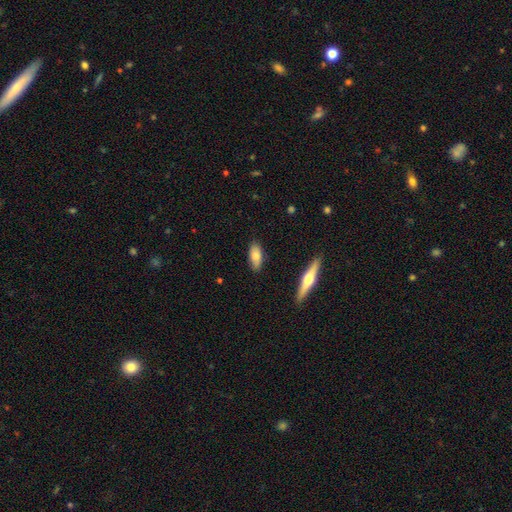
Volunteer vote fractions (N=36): Smooth or featured? smooth (72%)
How rounded? in between (65%)
Merging? none (77%)